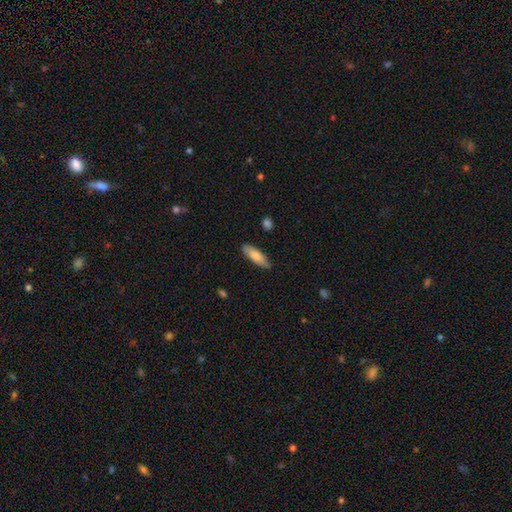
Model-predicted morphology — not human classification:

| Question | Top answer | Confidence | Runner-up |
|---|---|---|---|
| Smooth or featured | smooth | 76% | featured or disk (18%) |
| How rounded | in between | 54% | cigar-shaped (44%) |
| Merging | none | 82% | minor disturbance (15%) |